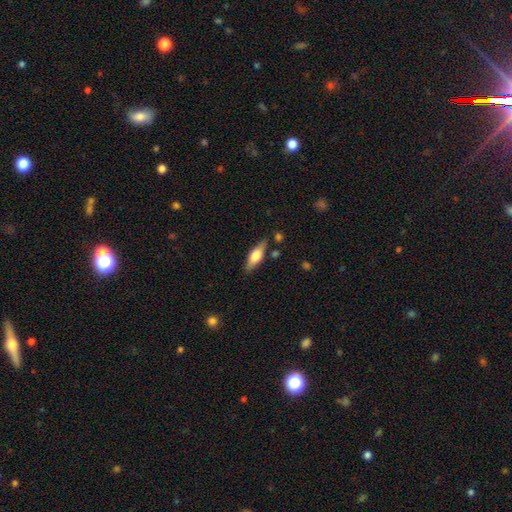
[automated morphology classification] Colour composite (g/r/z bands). It shows a smooth galaxy with no disk features (54%) that is in between round and cigar-shaped (56%). Merging: none (81%).